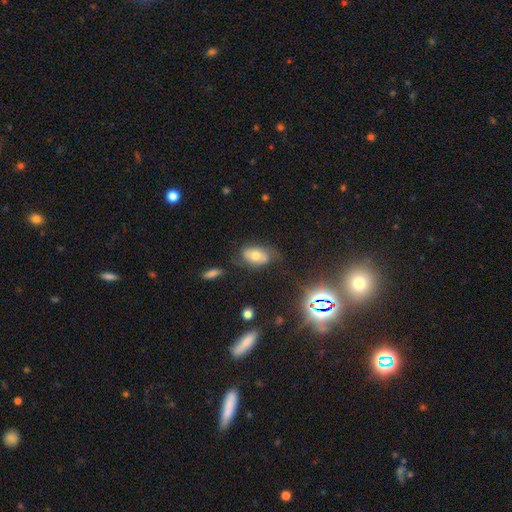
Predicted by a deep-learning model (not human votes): The model was most divided on "smooth or featured": smooth: 54%, featured or disk: 33%, star or artifact: 13%. More confident: how rounded — in between (89%); merging — none (60%).